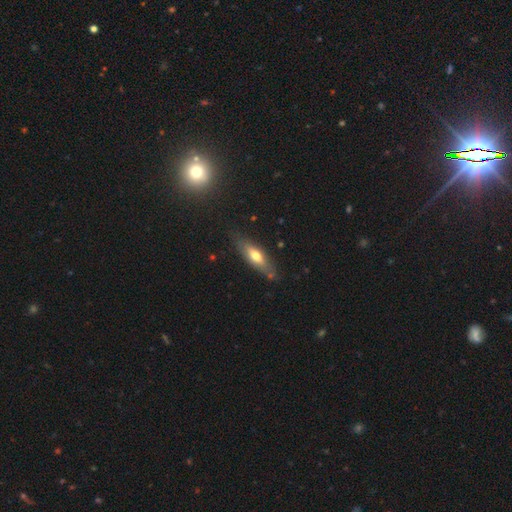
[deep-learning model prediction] This is possibly a smooth galaxy (57%). How rounded: possibly cigar-shaped (52%). Merging: likely none (77%).